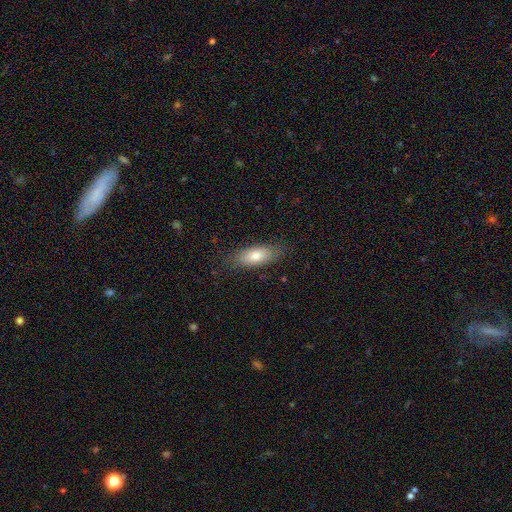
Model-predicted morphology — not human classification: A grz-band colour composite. It shows a smooth galaxy with no disk features (76%) that is in between round and cigar-shaped (75%). Merging: none (81%).